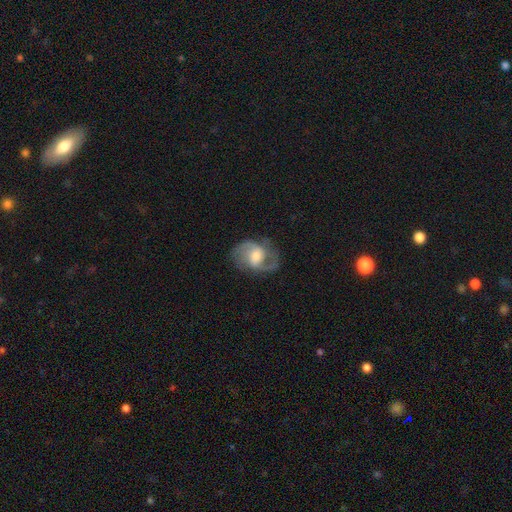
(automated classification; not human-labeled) A featured or disk galaxy (80%) with a weak bar (49%), 2 (84%) medium (53%) spiral arms (94%) and a moderate central bulge (55%). Merging: none (71%).